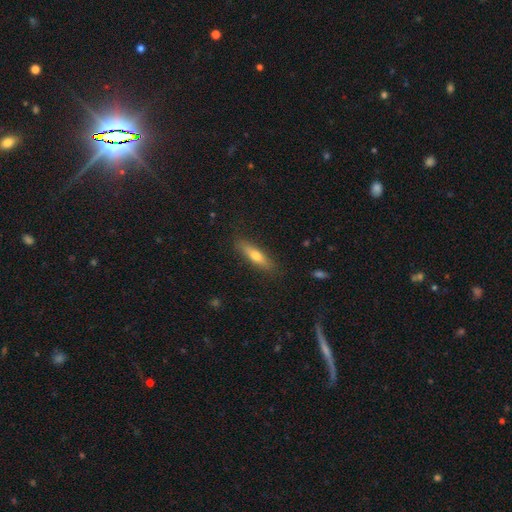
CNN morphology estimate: Smooth or featured: smooth — 59% (featured or disk — 34%)
How rounded: cigar-shaped — 72% (in between — 25%)
Merging: none — 87% (minor disturbance — 10%)